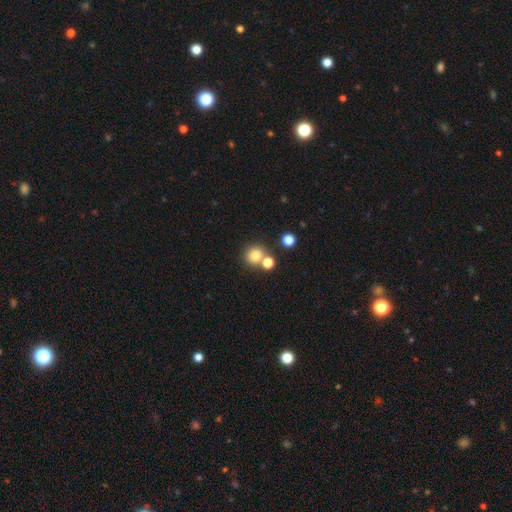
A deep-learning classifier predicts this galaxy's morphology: smooth_or_featured: smooth (p=0.77) [alt: star or artifact p=0.14]
how_rounded: round (p=0.89) [alt: in between p=0.10]
merging: none (p=0.61) [alt: merger p=0.28]